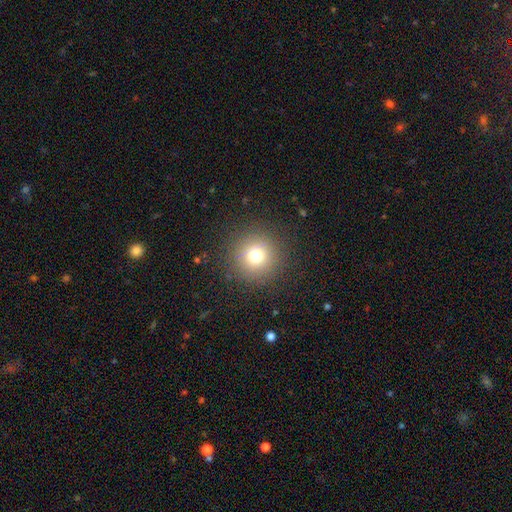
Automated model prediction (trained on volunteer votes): Smooth or featured?
  - smooth: 74% *
  - star or artifact: 16%
  - featured or disk: 10%
How rounded?
  - round: 96% *
  - in between: 4%
  - cigar-shaped: 1%
Merging?
  - none: 90% *
  - minor disturbance: 6%
  - major disturbance: 3%
  - merger: 1%